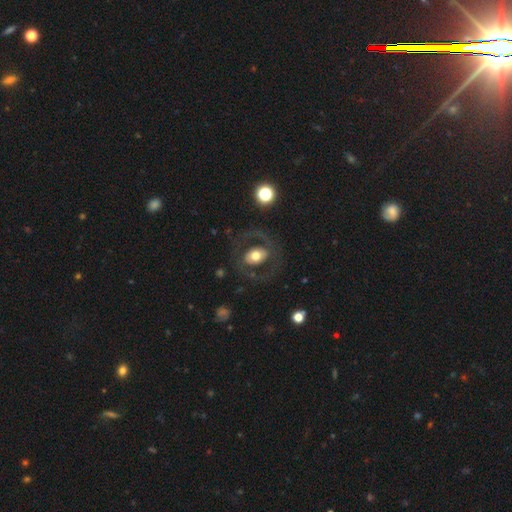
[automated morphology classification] Smooth or featured?
  - featured or disk: 51% *
  - smooth: 41%
  - star or artifact: 7%
Edge-on disk?
  - no: 95% *
  - yes: 5%
Merging?
  - none: 73% *
  - major disturbance: 14%
  - minor disturbance: 11%
  - merger: 1%